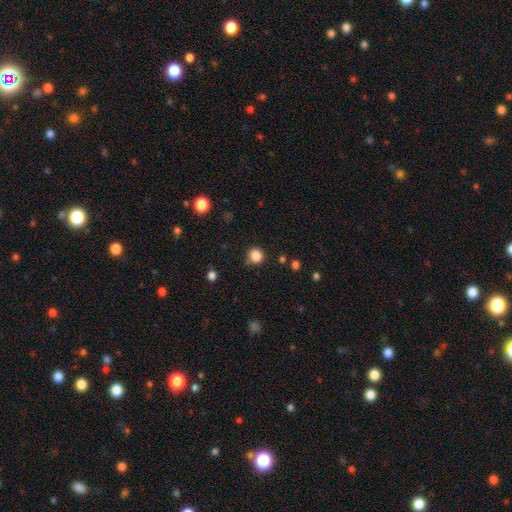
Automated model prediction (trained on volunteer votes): A smooth galaxy with no disk features (85%) that is round (92%).

Vote fractions:
- Smooth or featured? smooth: 85% / star or artifact: 12% / featured or disk: 3%
- How rounded? round: 92% / in between: 7% / cigar-shaped: 1%
- Merging? none: 83% / minor disturbance: 11% / major disturbance: 3% / merger: 3%